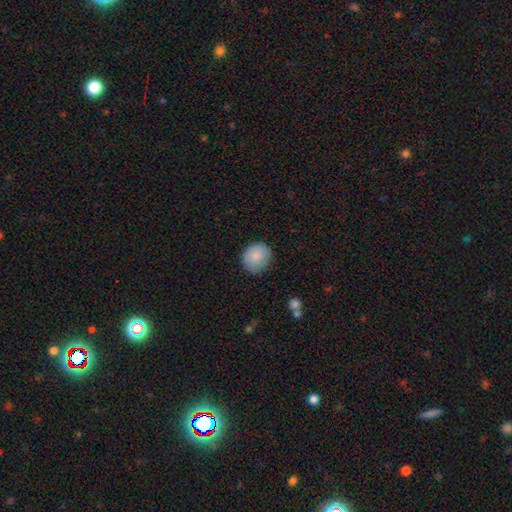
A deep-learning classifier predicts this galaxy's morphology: smooth_or_featured: smooth (p=0.85) [alt: featured or disk p=0.08]
how_rounded: round (p=0.73) [alt: in between p=0.26]
merging: none (p=0.79) [alt: minor disturbance p=0.16]